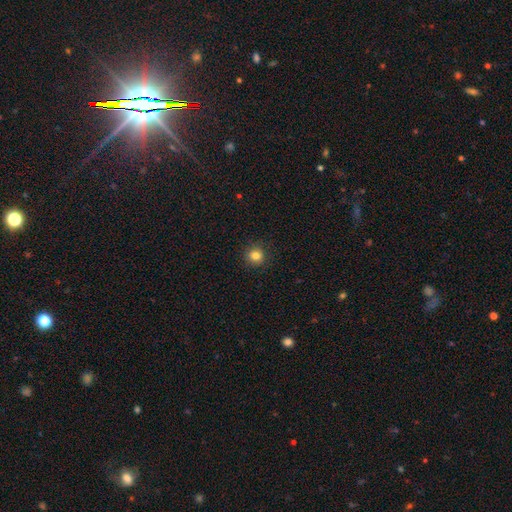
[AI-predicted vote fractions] Smooth or featured? Predicted: smooth (p=0.82). How rounded? Predicted: round (p=0.93). Merging? Predicted: none (p=0.91).